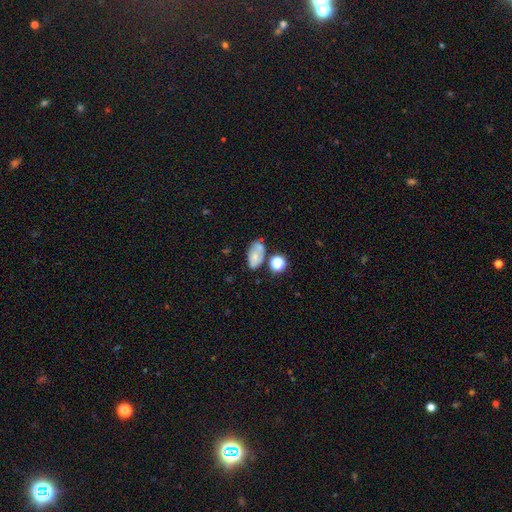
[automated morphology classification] smooth 63%, featured or disk 24%, star or artifact 12%. Down the decision tree: how rounded — in between (87%); merging — none (49%).